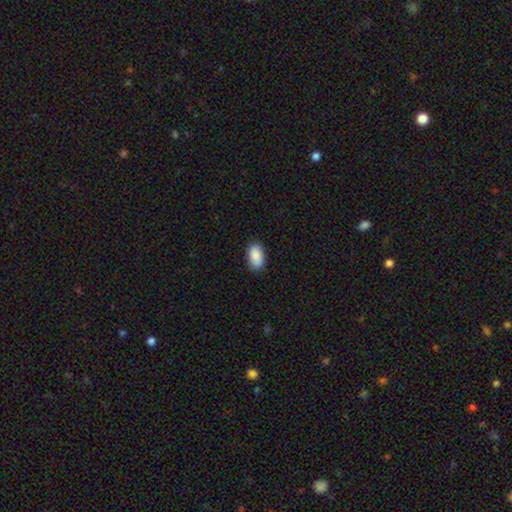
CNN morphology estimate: A smooth galaxy with no disk features (90%) that is in between round and cigar-shaped (94%).

Vote fractions:
- Smooth or featured? smooth: 90% / star or artifact: 6% / featured or disk: 3%
- How rounded? in between: 94% / round: 4% / cigar-shaped: 3%
- Merging? none: 86% / minor disturbance: 11% / major disturbance: 2% / merger: 1%